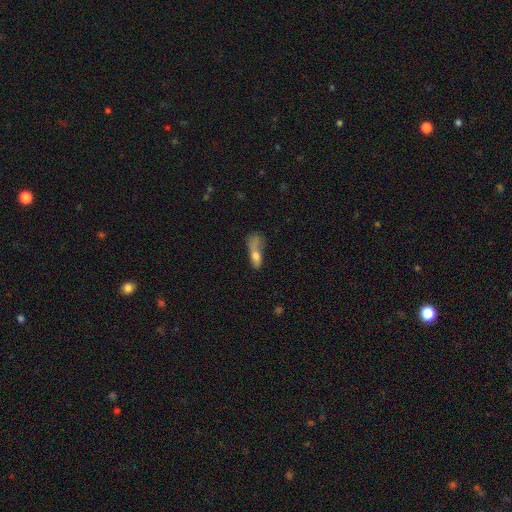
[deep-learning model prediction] Morphology: type=smooth (61%); roundness=in between (51%); merging=none (27%).